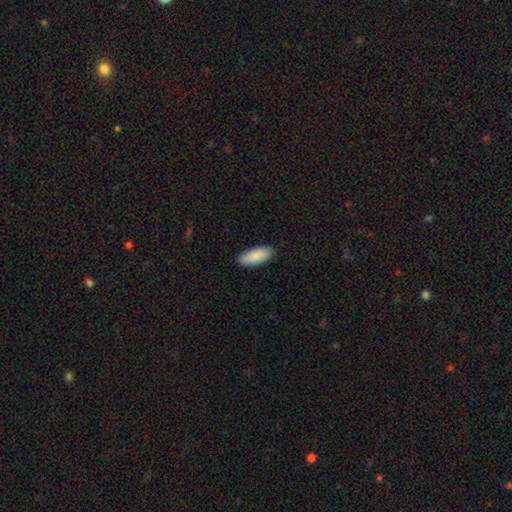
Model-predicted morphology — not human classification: Smooth or featured?
  - smooth: 89% *
  - featured or disk: 6%
  - star or artifact: 5%
How rounded?
  - in between: 81% *
  - cigar-shaped: 18%
  - round: 2%
Merging?
  - none: 87% *
  - minor disturbance: 10%
  - major disturbance: 2%
  - merger: 1%